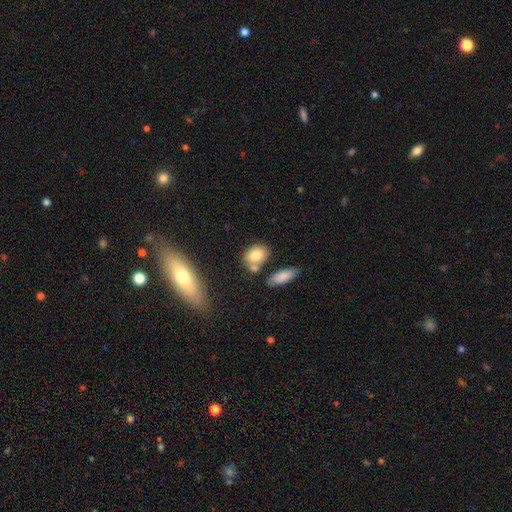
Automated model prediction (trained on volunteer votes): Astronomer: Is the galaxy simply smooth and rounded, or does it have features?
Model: smooth — 80%.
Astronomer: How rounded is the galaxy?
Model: in between — 66%.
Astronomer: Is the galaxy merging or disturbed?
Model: none — 59%.